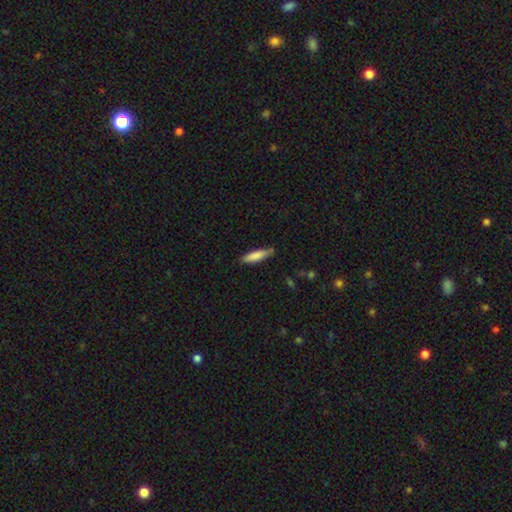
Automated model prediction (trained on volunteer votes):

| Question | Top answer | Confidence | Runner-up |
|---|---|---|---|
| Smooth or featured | smooth | 81% | featured or disk (14%) |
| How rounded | cigar-shaped | 75% | in between (23%) |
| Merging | none | 78% | minor disturbance (18%) |